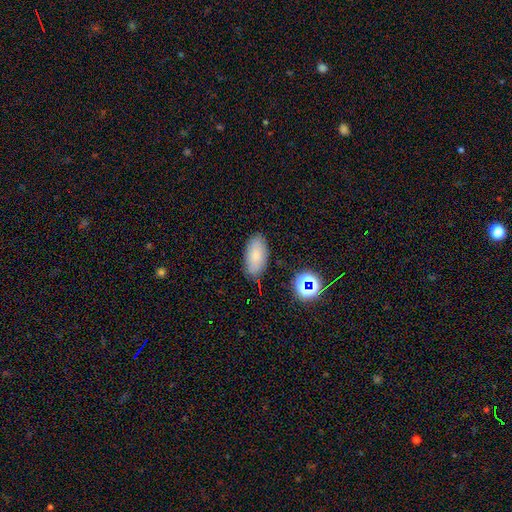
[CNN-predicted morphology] Q: Smooth or featured?
A: smooth (77%); runner-up: featured or disk (13%)
Q: How rounded?
A: in between (93%); runner-up: cigar-shaped (4%)
Q: Merging?
A: none (82%); runner-up: minor disturbance (13%)